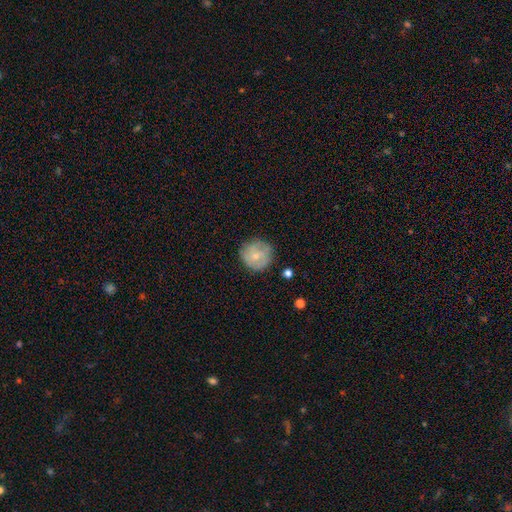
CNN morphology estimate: Q: Smooth or featured?
A: smooth (53%); runner-up: featured or disk (41%)
Q: How rounded?
A: round (92%); runner-up: in between (7%)
Q: Merging?
A: none (74%); runner-up: minor disturbance (18%)